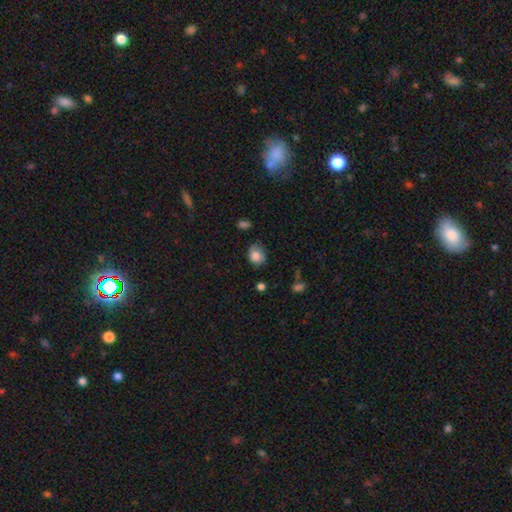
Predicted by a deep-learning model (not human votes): smooth 82%, featured or disk 9%, star or artifact 9%. Down the decision tree: how rounded — round (50%); merging — none (60%).